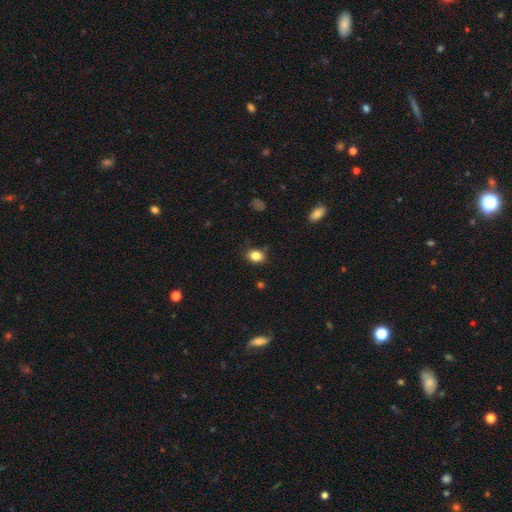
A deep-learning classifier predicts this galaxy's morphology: This appears to be a smooth galaxy with no disk features (83%) that is in between round and cigar-shaped (62%). Merging: none (79%).